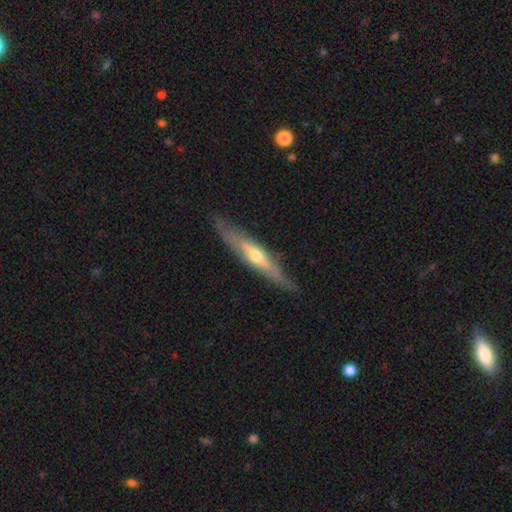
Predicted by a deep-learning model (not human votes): Smooth or featured? Predicted: featured or disk (p=0.65). Edge-on disk? Predicted: yes (p=0.85). Edge-on bulge? Predicted: rounded (p=0.81). Merging? Predicted: none (p=0.82).